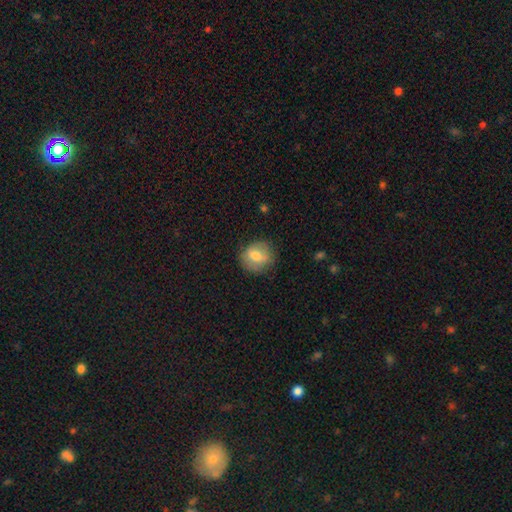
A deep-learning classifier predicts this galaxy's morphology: A smooth galaxy with no disk features (69%) that is round (76%).

Vote fractions:
- Smooth or featured? smooth: 69% / featured or disk: 23% / star or artifact: 8%
- How rounded? round: 76% / in between: 23% / cigar-shaped: 1%
- Merging? none: 78% / minor disturbance: 16% / major disturbance: 5% / merger: 1%